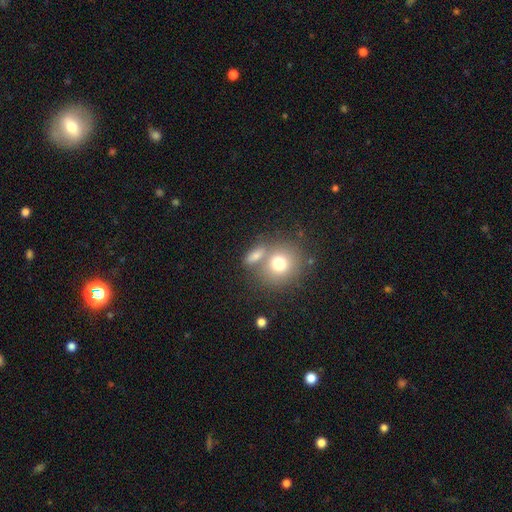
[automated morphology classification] Smooth or featured? Predicted: smooth (p=0.76). How rounded? Predicted: round (p=0.47). Merging? Predicted: none (p=0.52).